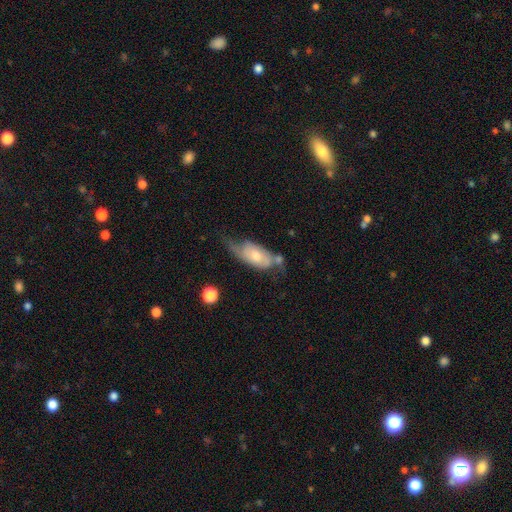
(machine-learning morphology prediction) This is possibly a featured or disk galaxy (59%). It is clearly not viewed edge-on (89%). Bar: likely no (66%). Spiral arm pattern: clearly yes (82%). Central bulge: possibly moderate (53%). Merging: marginally none (38%).